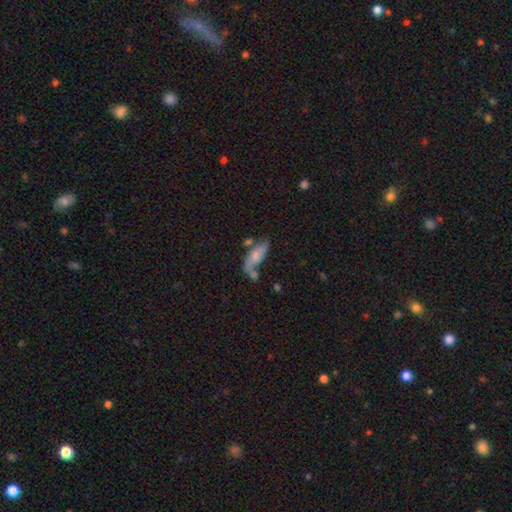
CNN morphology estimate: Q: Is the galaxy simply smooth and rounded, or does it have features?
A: smooth — 60%.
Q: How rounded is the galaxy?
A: in between — 73%.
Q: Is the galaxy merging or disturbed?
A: none — 41%.